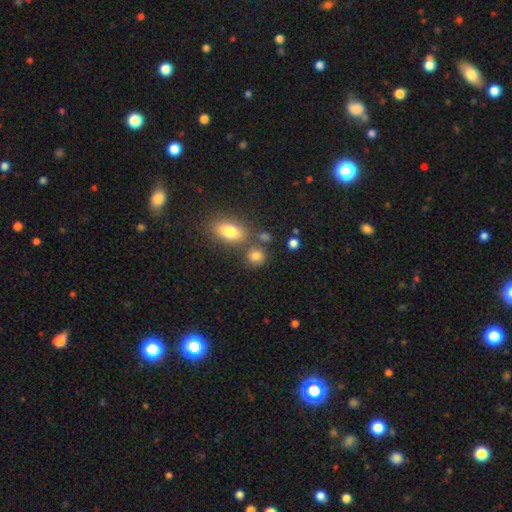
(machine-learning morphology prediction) smooth-or-featured: smooth: 81% | star or artifact: 11% | featured or disk: 8%
  how-rounded: round: 71% | in between: 27% | cigar-shaped: 2%
  merging: none: 65% | merger: 15% | minor disturbance: 14% | major disturbance: 6%